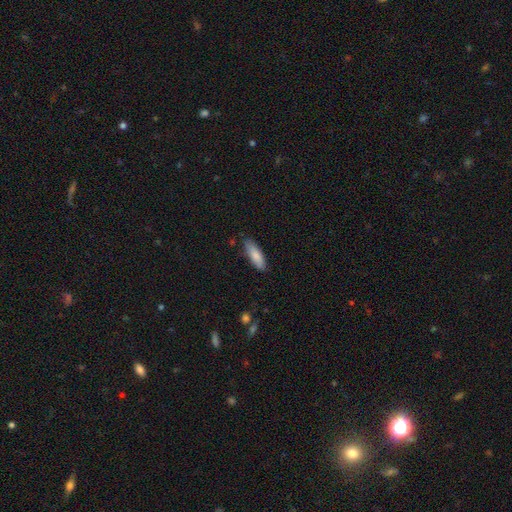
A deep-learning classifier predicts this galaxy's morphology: A smooth galaxy with no disk features (83%) that is in between round and cigar-shaped (52%).

Vote fractions:
- Smooth or featured? smooth: 83% / featured or disk: 11% / star or artifact: 6%
- How rounded? in between: 52% / cigar-shaped: 46% / round: 2%
- Merging? none: 81% / minor disturbance: 15% / major disturbance: 3% / merger: 2%